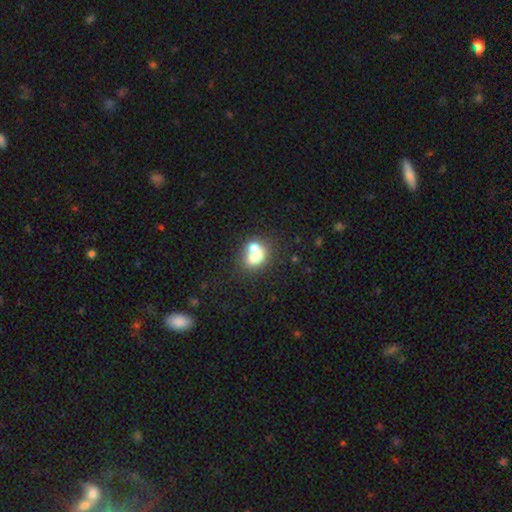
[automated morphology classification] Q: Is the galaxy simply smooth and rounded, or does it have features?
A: smooth — 69%.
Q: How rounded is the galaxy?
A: in between — 58%.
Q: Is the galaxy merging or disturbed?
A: merger — 53%.